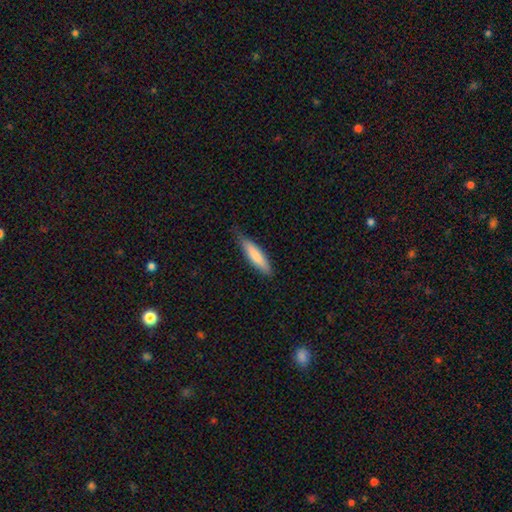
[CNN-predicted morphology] A smooth galaxy with no disk features (77%) that is cigar-shaped (77%).

Vote fractions:
- Smooth or featured? smooth: 77% / featured or disk: 17% / star or artifact: 5%
- How rounded? cigar-shaped: 77% / in between: 22% / round: 1%
- Merging? none: 72% / minor disturbance: 23% / major disturbance: 4% / merger: 1%